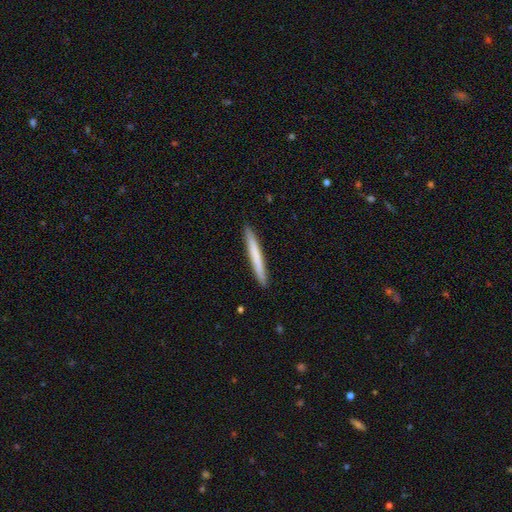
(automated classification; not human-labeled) This is likely a smooth galaxy (68%). How rounded: clearly cigar-shaped (97%). Merging: clearly none (91%).